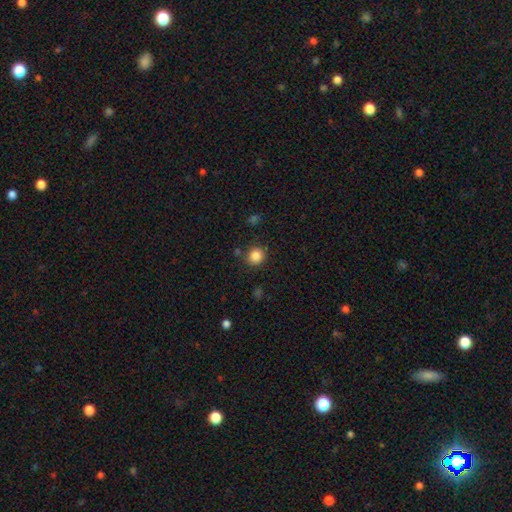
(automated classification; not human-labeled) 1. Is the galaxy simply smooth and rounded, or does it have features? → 85% smooth, 10% star or artifact, 4% featured or disk.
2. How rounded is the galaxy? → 85% round, 14% in between, 1% cigar-shaped.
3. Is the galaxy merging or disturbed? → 85% none, 9% minor disturbance, 3% merger, 3% major disturbance.